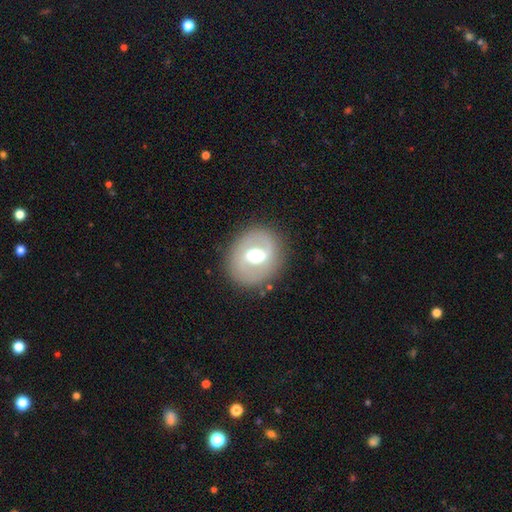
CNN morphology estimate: smooth_or_featured: featured or disk (p=0.65) [alt: smooth p=0.28]
disk_edge_on: no (p=0.96) [alt: yes p=0.04]
bar: weak (p=0.50) [alt: strong p=0.28]
has_spiral_arms: yes (p=0.64) [alt: no p=0.36]
bulge_size: moderate (p=0.66) [alt: large p=0.22]
merging: none (p=0.84) [alt: minor disturbance p=0.10]